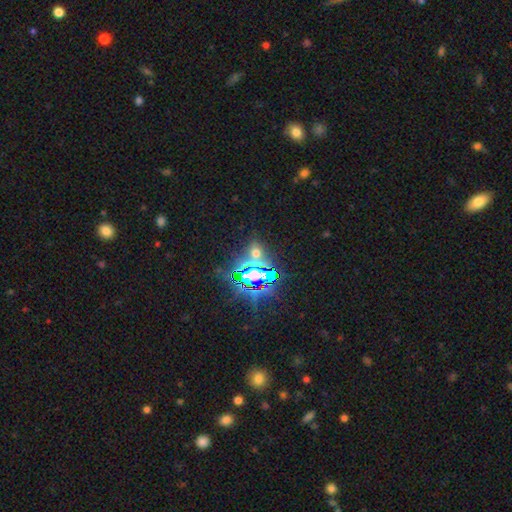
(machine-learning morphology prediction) Smooth or featured? Predicted: star or artifact (p=0.78).